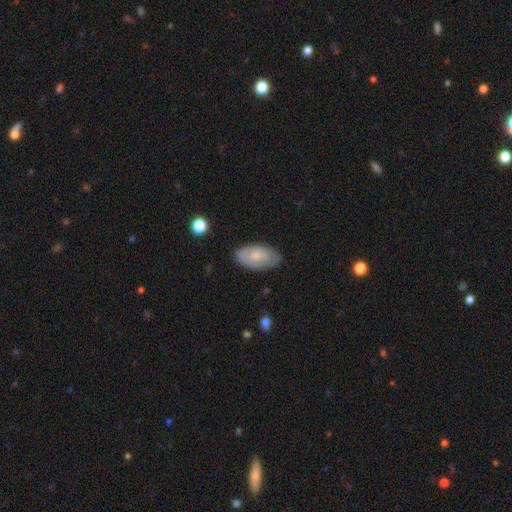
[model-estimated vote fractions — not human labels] smooth-or-featured: smooth: 59% | featured or disk: 34% | star or artifact: 7%
  how-rounded: in between: 94% | round: 4% | cigar-shaped: 3%
  merging: none: 74% | minor disturbance: 20% | major disturbance: 4% | merger: 1%